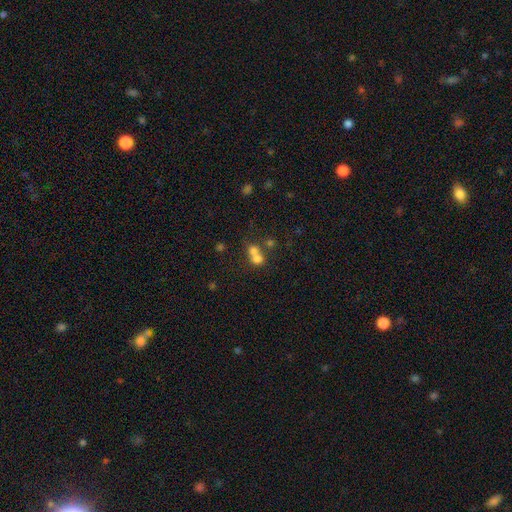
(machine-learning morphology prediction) A smooth galaxy with no disk features (68%) that is round (75%).

Vote fractions:
- Smooth or featured? smooth: 68% / featured or disk: 17% / star or artifact: 15%
- How rounded? round: 75% / in between: 24% / cigar-shaped: 1%
- Merging? merger: 63% / none: 29% / minor disturbance: 5% / major disturbance: 3%